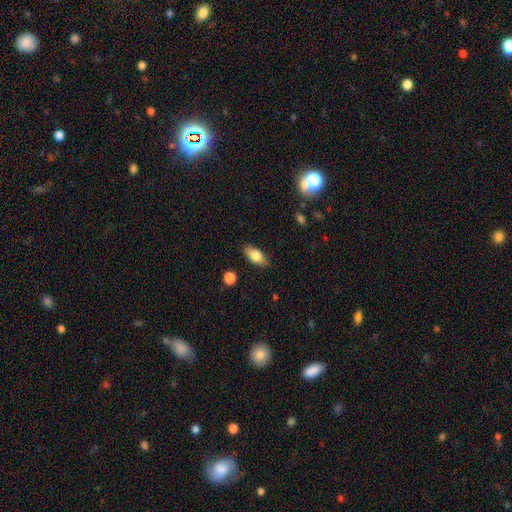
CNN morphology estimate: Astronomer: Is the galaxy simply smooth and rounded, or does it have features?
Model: smooth — 75%.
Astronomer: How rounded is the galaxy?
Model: in between — 84%.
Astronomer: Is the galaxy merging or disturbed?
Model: none — 86%.